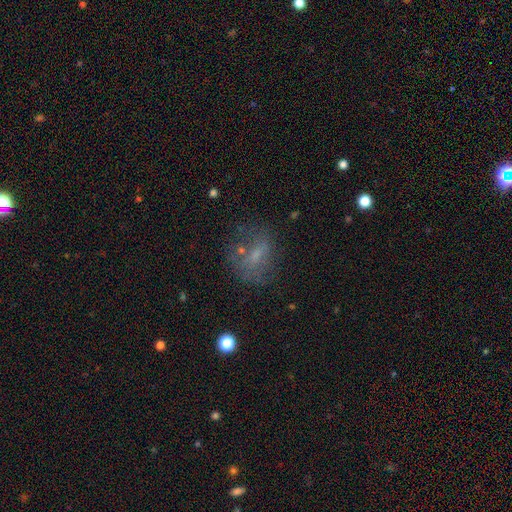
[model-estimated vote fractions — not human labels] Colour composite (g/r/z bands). It shows a smooth galaxy with no disk features (46%). Merging: none (51%).